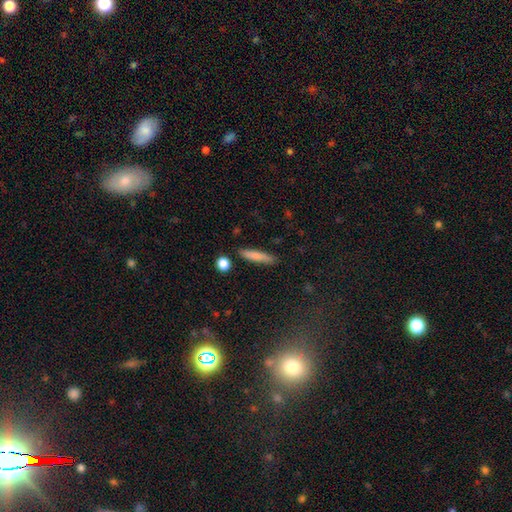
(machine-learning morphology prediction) Smooth or featured? smooth (77%)
How rounded? cigar-shaped (85%)
Merging? none (85%)